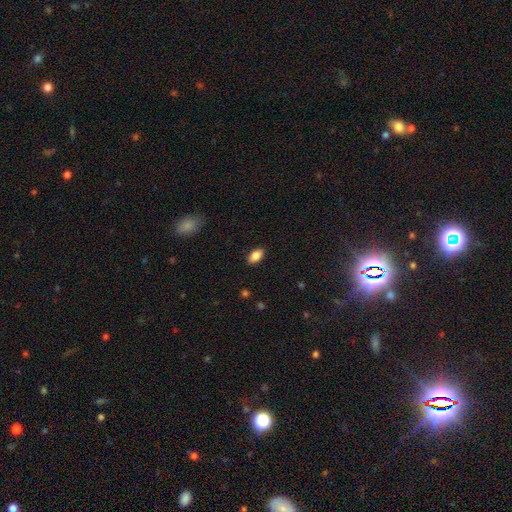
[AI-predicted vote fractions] Q: Smooth or featured?
A: smooth (83%); runner-up: featured or disk (9%)
Q: How rounded?
A: in between (91%); runner-up: cigar-shaped (5%)
Q: Merging?
A: none (88%); runner-up: minor disturbance (9%)